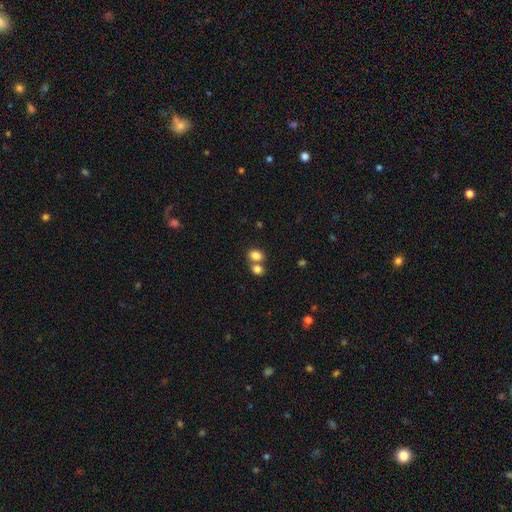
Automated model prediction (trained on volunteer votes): Smooth or featured? smooth (82%)
How rounded? in between (64%)
Merging? merger (46%)